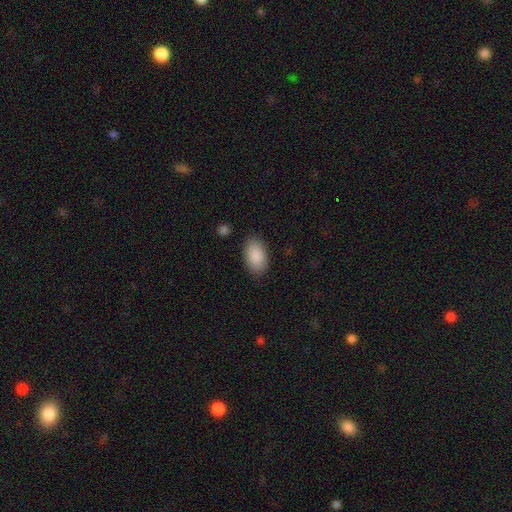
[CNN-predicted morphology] type=smooth (90%); roundness=in between (95%); merging=none (86%).